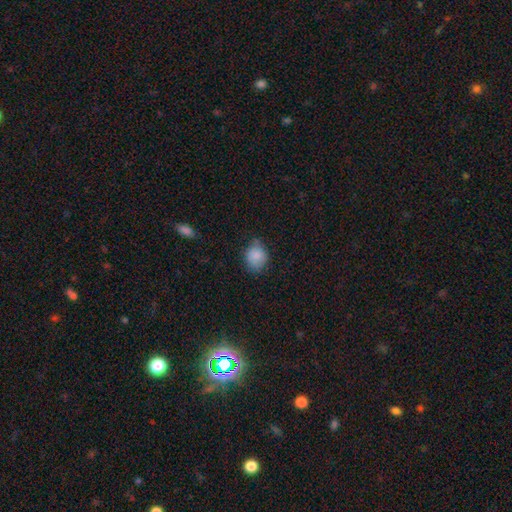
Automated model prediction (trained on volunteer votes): Smooth or featured?
  - smooth: 85% *
  - star or artifact: 8%
  - featured or disk: 7%
How rounded?
  - round: 62% *
  - in between: 37%
  - cigar-shaped: 1%
Merging?
  - none: 65% *
  - minor disturbance: 27%
  - major disturbance: 6%
  - merger: 2%